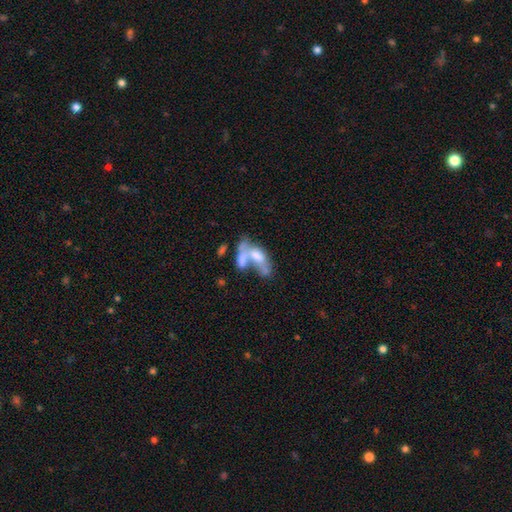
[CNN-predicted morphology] Q: Smooth or featured?
A: featured or disk (46%); runner-up: smooth (43%)
Q: Merging?
A: merger (60%); runner-up: major disturbance (18%)